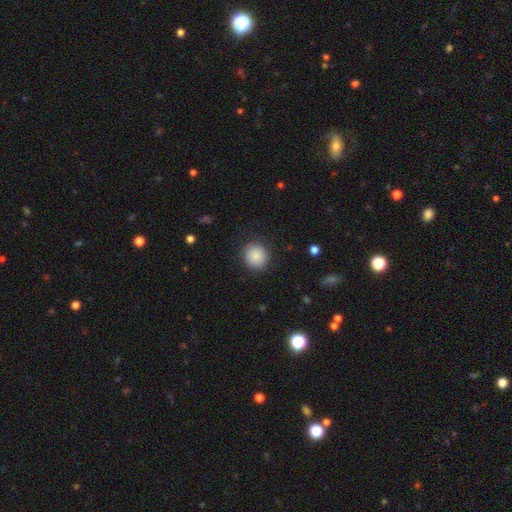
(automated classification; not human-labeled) Smooth or featured?
  - smooth: 89% *
  - star or artifact: 8%
  - featured or disk: 3%
How rounded?
  - round: 90% *
  - in between: 9%
  - cigar-shaped: 1%
Merging?
  - none: 88% *
  - minor disturbance: 8%
  - major disturbance: 3%
  - merger: 1%